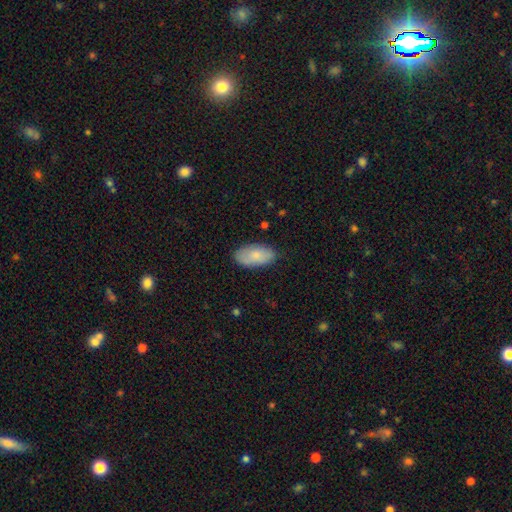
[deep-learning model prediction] A smooth galaxy with no disk features (79%) that is in between round and cigar-shaped (94%).

Vote fractions:
- Smooth or featured? smooth: 79% / featured or disk: 14% / star or artifact: 6%
- How rounded? in between: 94% / cigar-shaped: 3% / round: 3%
- Merging? none: 80% / minor disturbance: 16% / major disturbance: 3% / merger: 1%